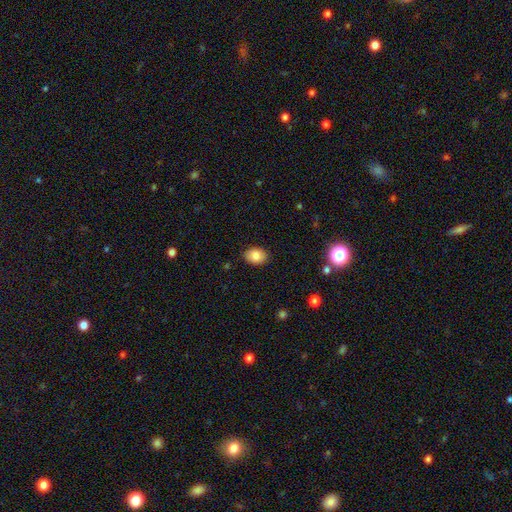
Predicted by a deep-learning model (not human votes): The model was most divided on "how rounded": in between: 74%, round: 25%, cigar-shaped: 1%. More confident: merging — none (87%); smooth or featured — smooth (84%).